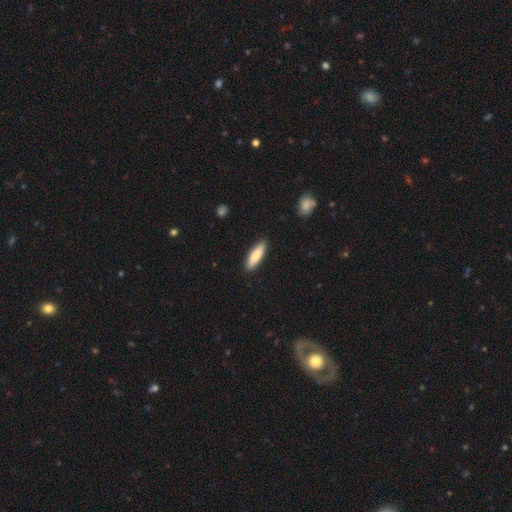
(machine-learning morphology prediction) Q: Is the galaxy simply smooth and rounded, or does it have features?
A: smooth — 80%.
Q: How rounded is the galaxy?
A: cigar-shaped — 57%.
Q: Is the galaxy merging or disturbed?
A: none — 89%.